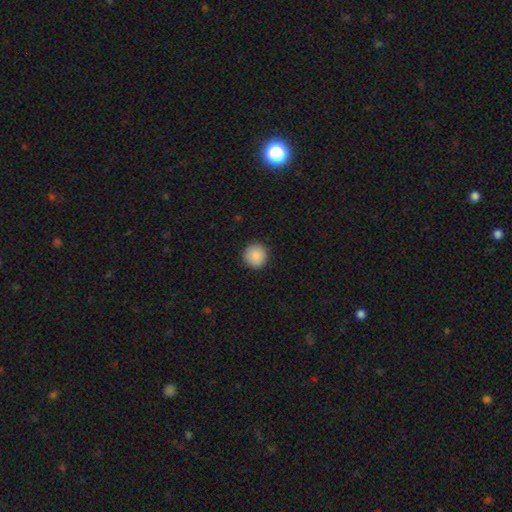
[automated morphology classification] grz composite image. It shows a smooth galaxy with no disk features (88%) that is round (95%). Merging: none (92%).